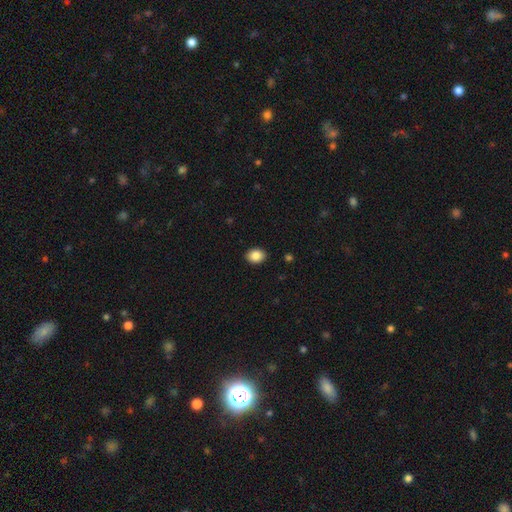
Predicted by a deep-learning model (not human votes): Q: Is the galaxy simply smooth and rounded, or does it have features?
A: smooth — 86%.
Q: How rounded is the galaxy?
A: in between — 61%.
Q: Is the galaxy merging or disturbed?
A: none — 90%.